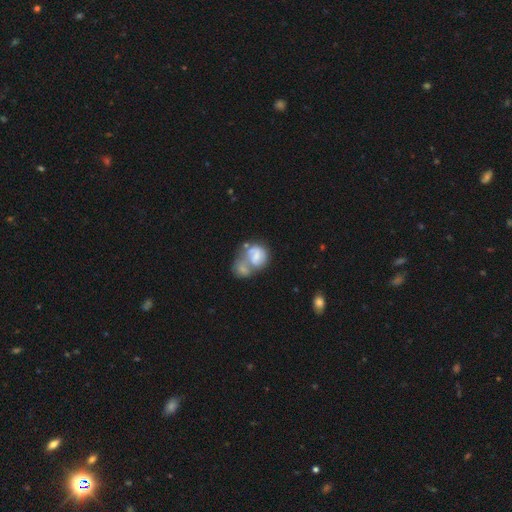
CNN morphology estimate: smooth_or_featured: smooth (p=0.47) [alt: featured or disk p=0.45]
merging: merger (p=0.64) [alt: major disturbance p=0.14]